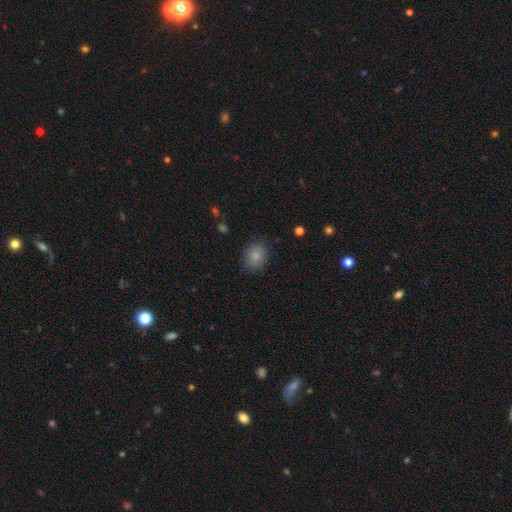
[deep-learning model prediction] The model was most divided on "how rounded": round: 62%, in between: 37%, cigar-shaped: 1%. More confident: smooth or featured — smooth (85%); merging — none (84%).